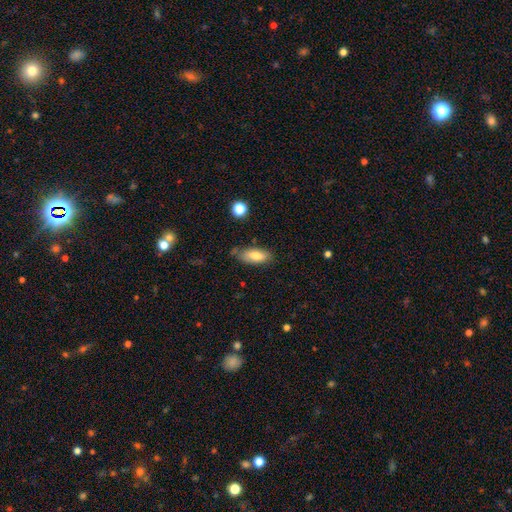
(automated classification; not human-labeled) smooth-or-featured: smooth: 78% | featured or disk: 15% | star or artifact: 7%
  how-rounded: in between: 80% | cigar-shaped: 17% | round: 2%
  merging: none: 72% | minor disturbance: 20% | merger: 4% | major disturbance: 4%